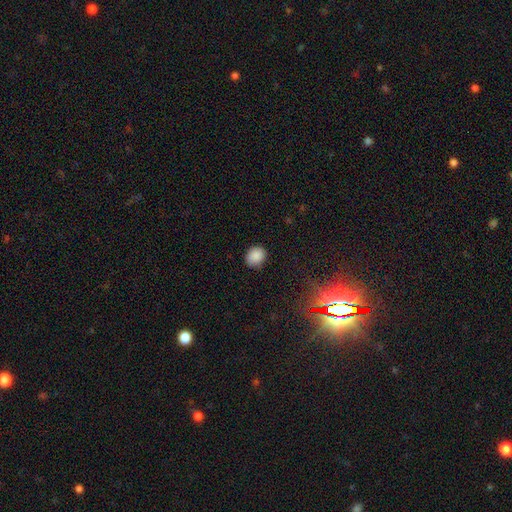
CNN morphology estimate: This is clearly a smooth galaxy (87%). How rounded: likely round (60%). Merging: clearly none (80%).